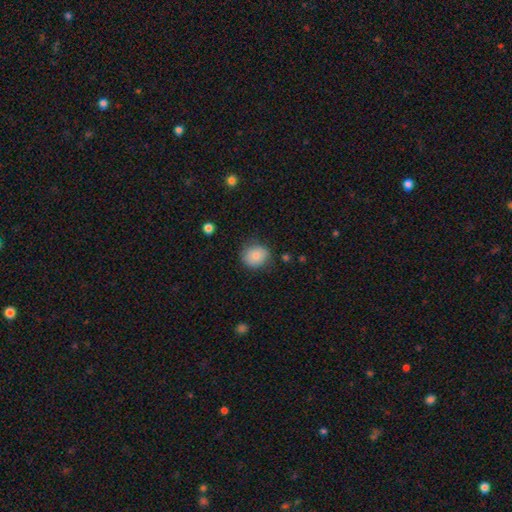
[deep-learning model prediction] A smooth galaxy with no disk features (81%) that is round (76%). Merging: none (78%).